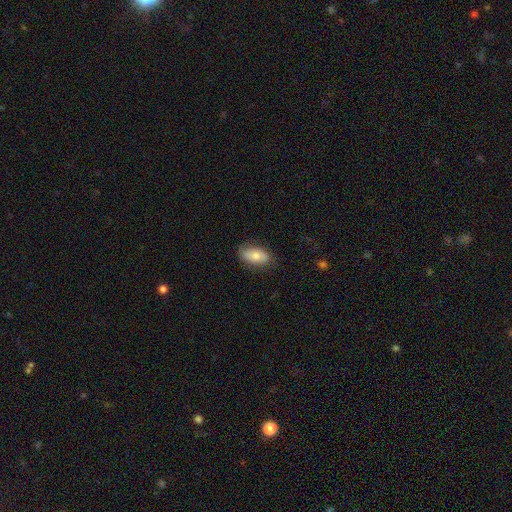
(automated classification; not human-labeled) Smooth or featured? smooth (69%)
How rounded? in between (92%)
Merging? none (76%)